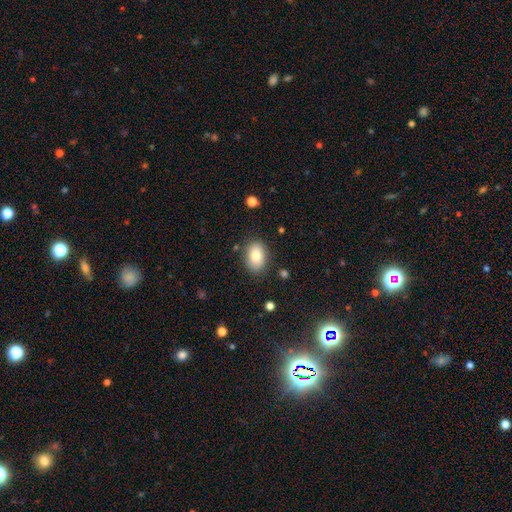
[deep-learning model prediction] Smooth or featured?
  - smooth: 81% *
  - featured or disk: 11%
  - star or artifact: 8%
How rounded?
  - in between: 85% *
  - round: 14%
  - cigar-shaped: 1%
Merging?
  - none: 83% *
  - minor disturbance: 12%
  - major disturbance: 3%
  - merger: 2%